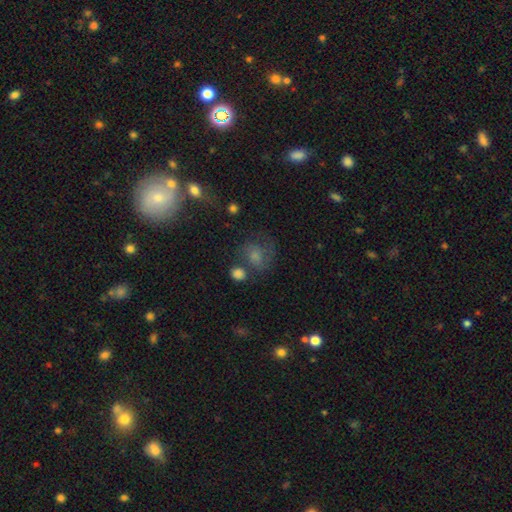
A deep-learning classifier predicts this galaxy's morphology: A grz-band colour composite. It shows a smooth galaxy with no disk features (54%) that is round (64%). Merging: none (47%).